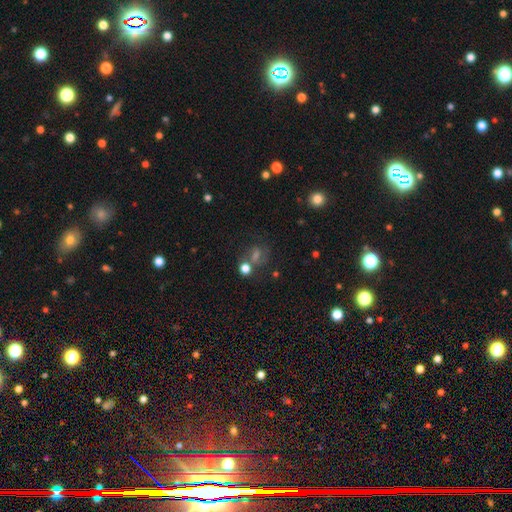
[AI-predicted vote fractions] Morphology: type=smooth (38%); merging=none (52%).